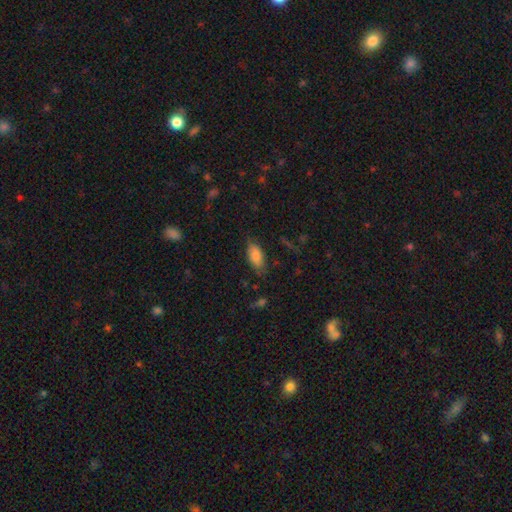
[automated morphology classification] This appears to be a smooth galaxy with no disk features (84%) that is in between round and cigar-shaped (89%). Merging: none (72%).